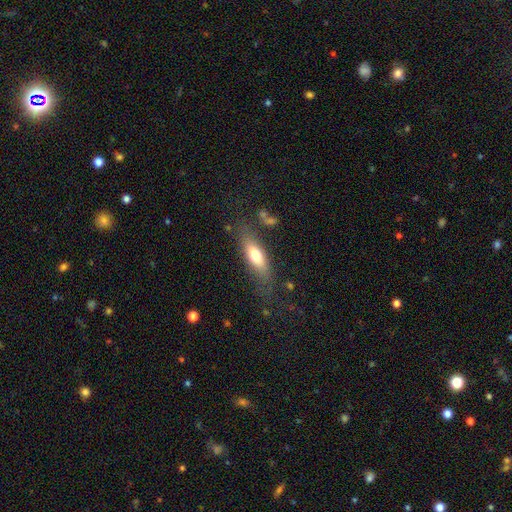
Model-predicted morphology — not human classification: Smooth or featured? smooth (67%)
How rounded? in between (55%)
Merging? none (72%)